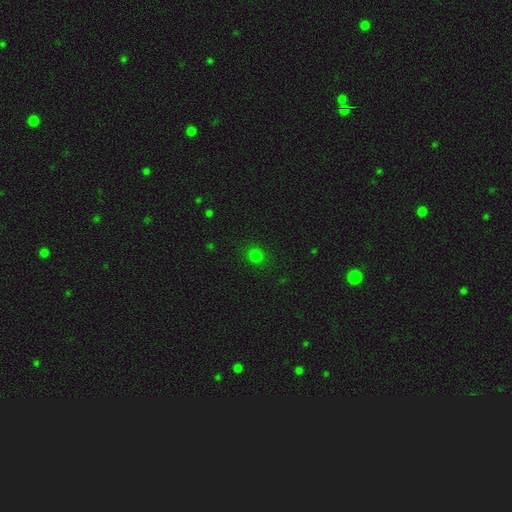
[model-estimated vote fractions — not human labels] Smooth or featured: smooth — 78% (star or artifact — 18%)
How rounded: round — 83% (in between — 16%)
Merging: none — 89% (minor disturbance — 8%)